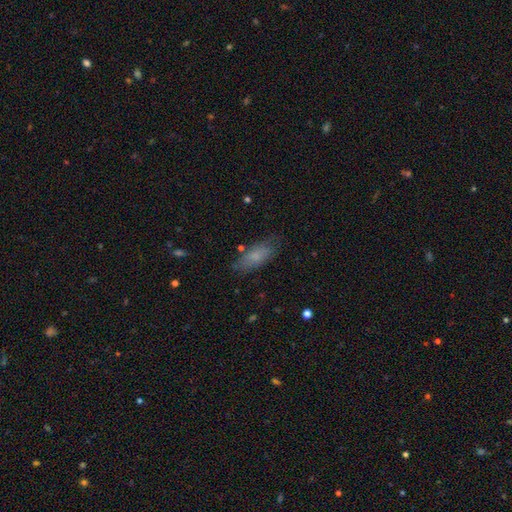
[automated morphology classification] type=smooth (75%); roundness=in between (70%); merging=none (74%).